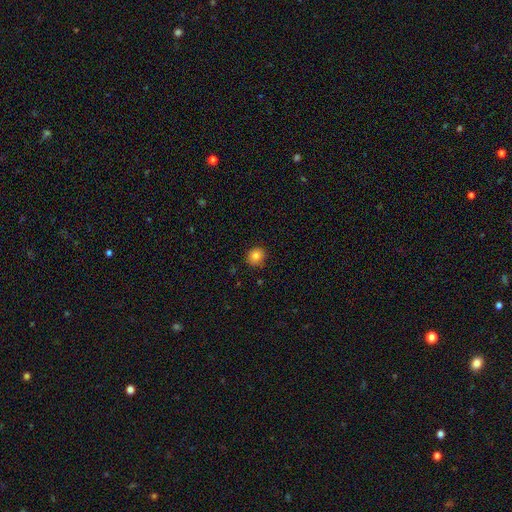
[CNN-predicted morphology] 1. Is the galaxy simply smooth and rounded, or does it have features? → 83% smooth, 11% star or artifact, 6% featured or disk.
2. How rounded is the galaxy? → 80% round, 19% in between, 1% cigar-shaped.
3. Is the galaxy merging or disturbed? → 86% none, 11% minor disturbance, 2% major disturbance, 1% merger.